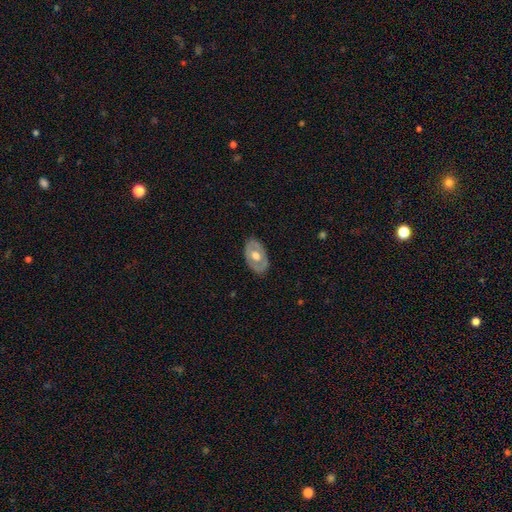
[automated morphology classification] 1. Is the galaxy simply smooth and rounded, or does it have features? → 51% featured or disk, 44% smooth, 5% star or artifact.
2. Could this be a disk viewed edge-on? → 88% no, 12% yes.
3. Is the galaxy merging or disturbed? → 82% none, 13% minor disturbance, 3% major disturbance, 1% merger.